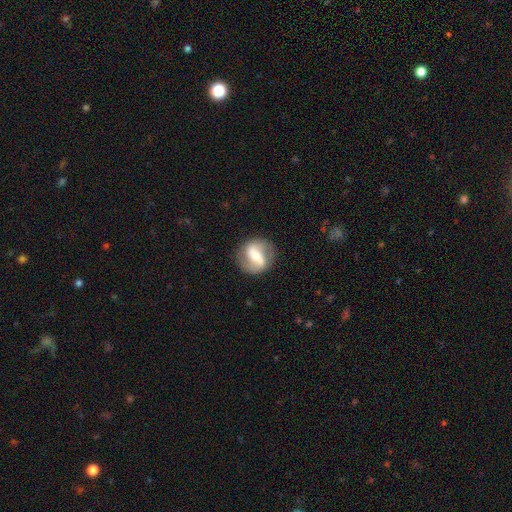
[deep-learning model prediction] This is likely a featured or disk galaxy (69%). It is clearly not viewed edge-on (94%). Bar: possibly strong (57%). Spiral arm pattern: likely yes (77%). Central bulge: possibly moderate (49%). Merging: clearly none (81%).